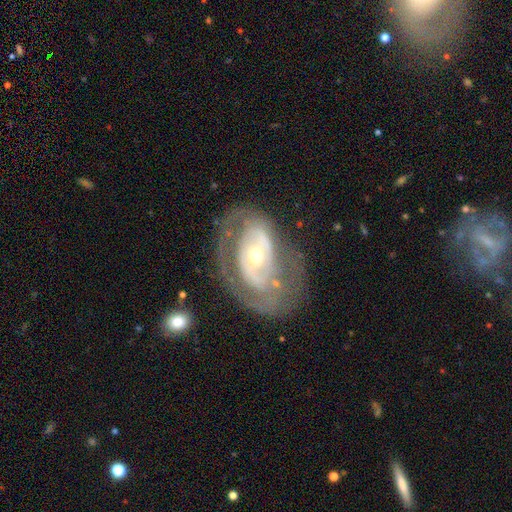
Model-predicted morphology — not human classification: A featured or disk galaxy (80%) with no bar (62%), 2 (44%) tight (53%) spiral arms (71%) and a moderate central bulge (49%).

Vote fractions:
- Smooth or featured? featured or disk: 80% / smooth: 15% / star or artifact: 6%
- Edge-on disk? no: 95% / yes: 5%
- Bar? no: 62% / weak: 26% / strong: 13%
- Spiral arms? yes: 71% / no: 29%
- Spiral winding? tight: 53% / medium: 33% / loose: 14%
- Spiral arm count? 2: 44% / can't tell: 33% / 1: 13% / 3: 6% / 4: 2% / more than 4: 2%
- Bulge size? moderate: 49% / small: 46% / large: 3% / dominant: 1% / none: 1%
- Merging? none: 53% / major disturbance: 23% / minor disturbance: 21% / merger: 3%